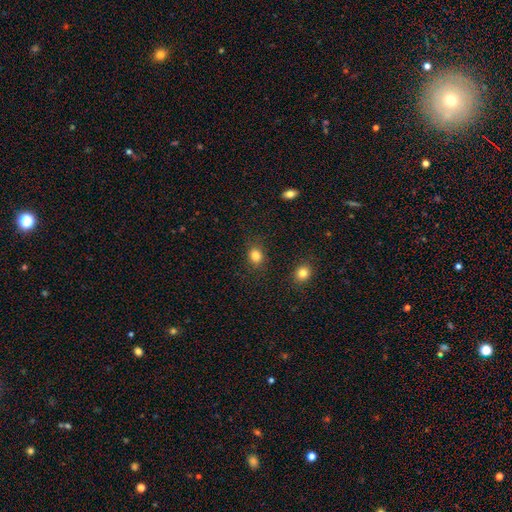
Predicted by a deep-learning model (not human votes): smooth_or_featured: smooth (p=0.82) [alt: star or artifact p=0.12]
how_rounded: round (p=0.65) [alt: in between p=0.34]
merging: none (p=0.85) [alt: minor disturbance p=0.10]